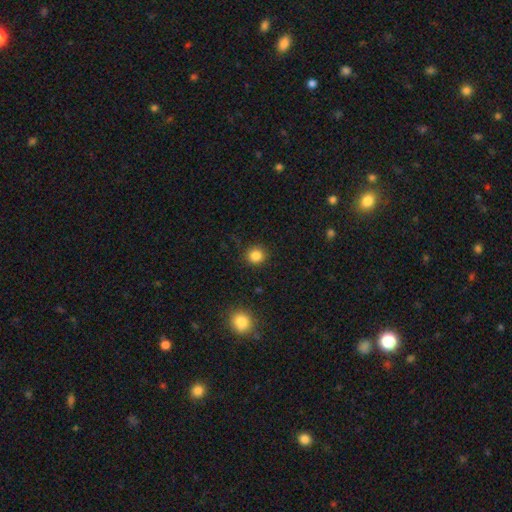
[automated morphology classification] Smooth or featured? Predicted: smooth (p=0.84). How rounded? Predicted: round (p=0.90). Merging? Predicted: none (p=0.89).